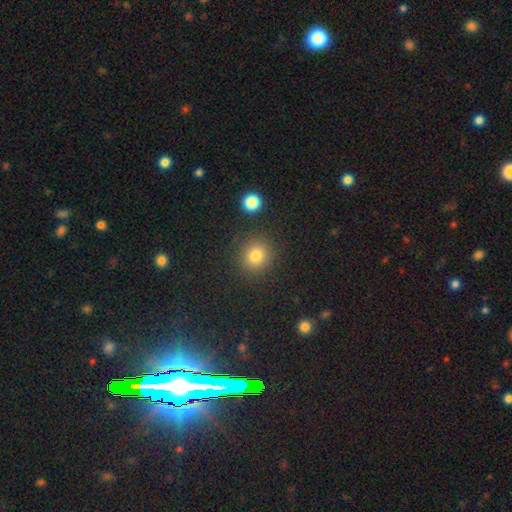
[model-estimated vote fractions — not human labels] A smooth galaxy with no disk features (80%) that is round (88%).

Vote fractions:
- Smooth or featured? smooth: 80% / star or artifact: 14% / featured or disk: 6%
- How rounded? round: 88% / in between: 11% / cigar-shaped: 1%
- Merging? none: 87% / minor disturbance: 7% / major disturbance: 3% / merger: 3%